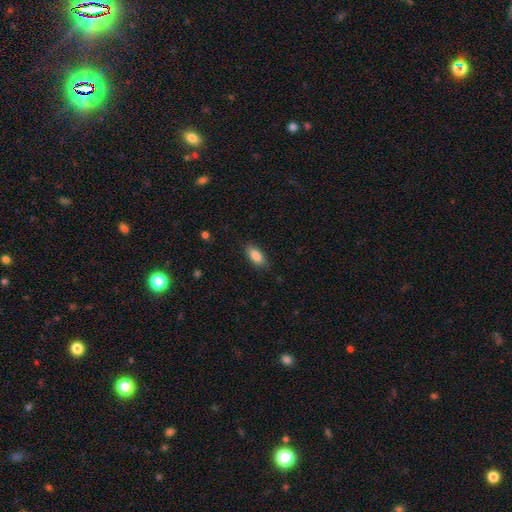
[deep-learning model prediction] Smooth or featured?
  - smooth: 87% *
  - star or artifact: 7%
  - featured or disk: 6%
How rounded?
  - in between: 87% *
  - cigar-shaped: 10%
  - round: 3%
Merging?
  - none: 86% *
  - minor disturbance: 11%
  - major disturbance: 3%
  - merger: 1%